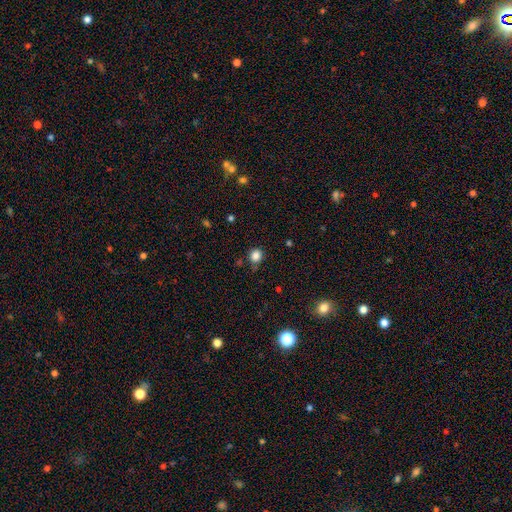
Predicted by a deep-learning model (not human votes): smooth_or_featured: smooth (p=0.84) [alt: star or artifact p=0.12]
how_rounded: round (p=0.84) [alt: in between p=0.15]
merging: none (p=0.76) [alt: minor disturbance p=0.17]